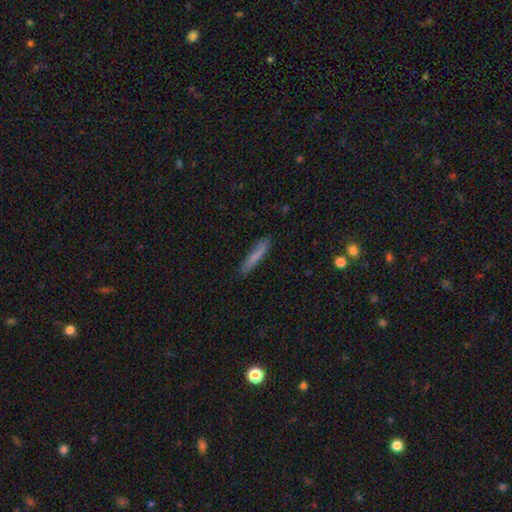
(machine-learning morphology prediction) Smooth or featured?
  - smooth: 73% *
  - featured or disk: 20%
  - star or artifact: 7%
How rounded?
  - cigar-shaped: 89% *
  - in between: 9%
  - round: 2%
Merging?
  - none: 83% *
  - minor disturbance: 13%
  - major disturbance: 2%
  - merger: 2%